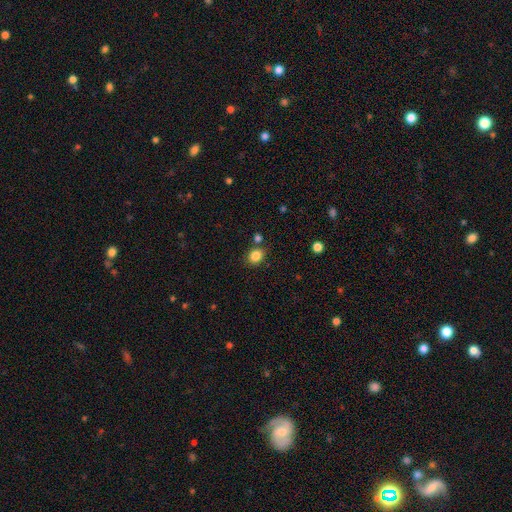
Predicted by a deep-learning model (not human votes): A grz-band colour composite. It shows a smooth galaxy with no disk features (85%) that is round (56%). Merging: none (76%).